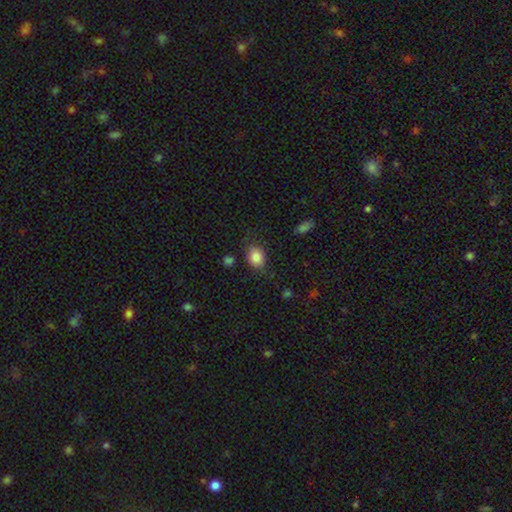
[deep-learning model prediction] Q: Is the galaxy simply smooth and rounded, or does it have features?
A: smooth — 85%.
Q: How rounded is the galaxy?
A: in between — 59%.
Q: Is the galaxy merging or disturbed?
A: none — 78%.